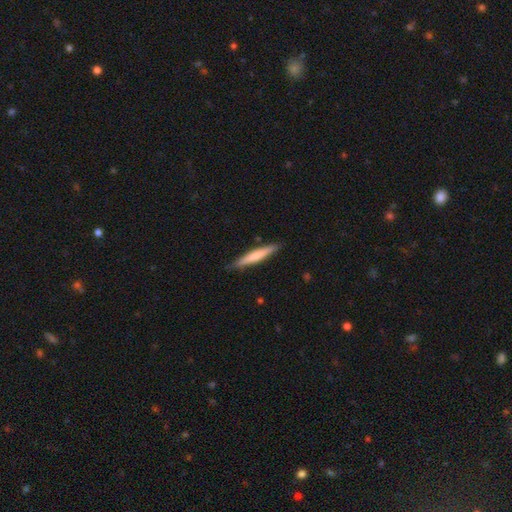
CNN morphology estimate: This is likely a smooth galaxy (64%). How rounded: clearly cigar-shaped (94%). Merging: clearly none (87%).